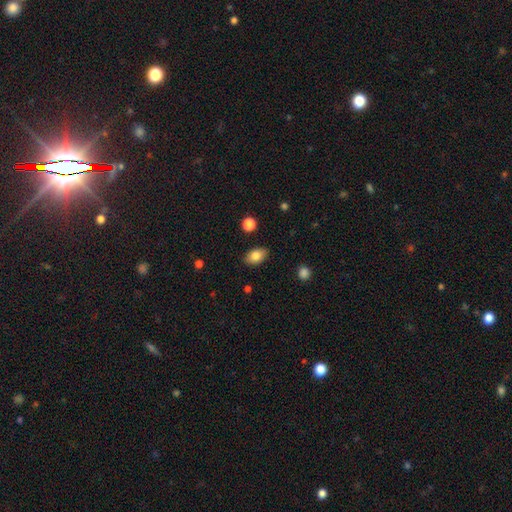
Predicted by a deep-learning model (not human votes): smooth-or-featured: smooth: 81% | featured or disk: 11% | star or artifact: 8%
  how-rounded: in between: 89% | round: 9% | cigar-shaped: 2%
  merging: none: 87% | minor disturbance: 10% | major disturbance: 2% | merger: 2%